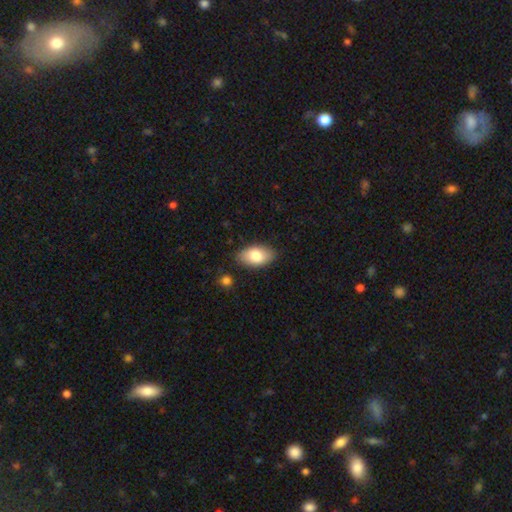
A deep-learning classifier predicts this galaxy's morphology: Overall: smooth (79%). How rounded: in between (93%). Merging: none (85%).